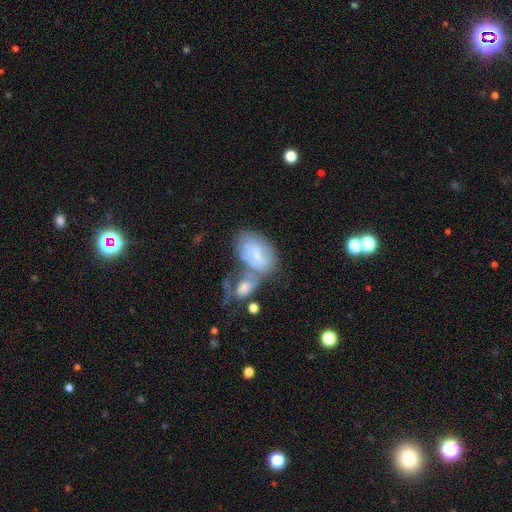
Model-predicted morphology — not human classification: featured or disk 54%, smooth 38%, star or artifact 8%. Down the decision tree: edge-on disk — no (94%); bar — weak (47%); spiral arms — yes (62%); bulge size — small (57%); merging — merger (43%).